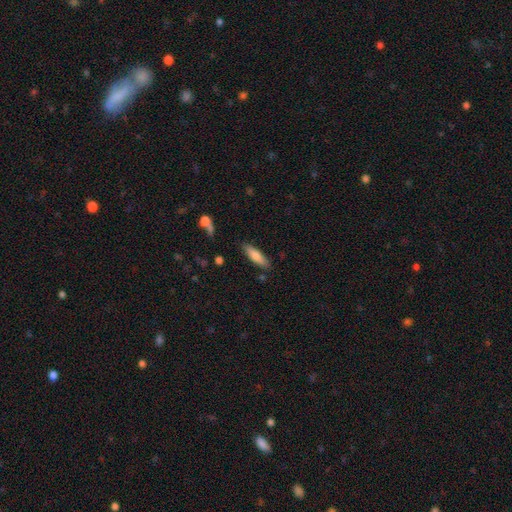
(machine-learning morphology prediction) Q: Smooth or featured?
A: smooth (76%); runner-up: featured or disk (18%)
Q: How rounded?
A: cigar-shaped (62%); runner-up: in between (37%)
Q: Merging?
A: none (84%); runner-up: minor disturbance (11%)